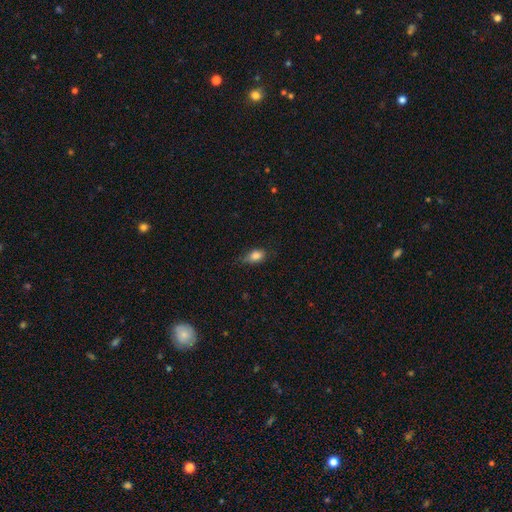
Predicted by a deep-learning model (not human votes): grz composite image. It shows a smooth galaxy with no disk features (83%) that is in between round and cigar-shaped (78%). Merging: none (59%).